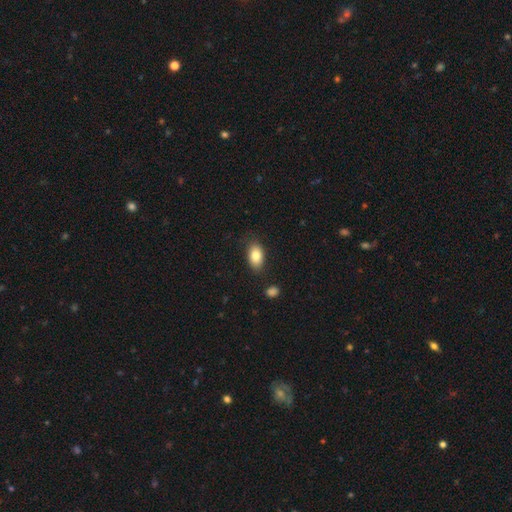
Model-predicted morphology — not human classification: Smooth or featured? smooth (83%)
How rounded? in between (90%)
Merging? none (81%)